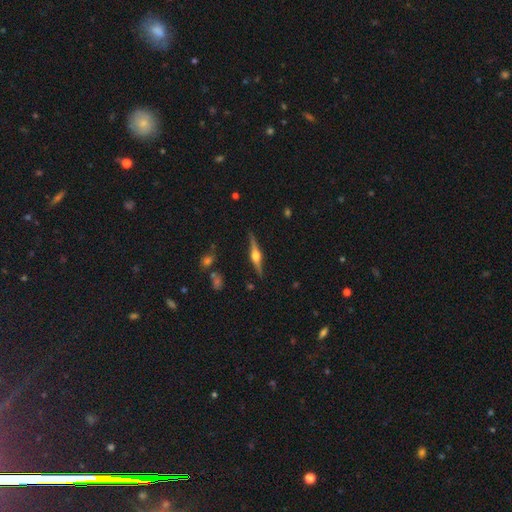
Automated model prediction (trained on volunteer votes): Smooth or featured?
  - featured or disk: 80% *
  - smooth: 15%
  - star or artifact: 6%
Edge-on disk?
  - yes: 98% *
  - no: 2%
Edge-on bulge?
  - rounded: 94% *
  - boxy: 5%
  - none: 1%
Merging?
  - none: 88% *
  - minor disturbance: 9%
  - major disturbance: 2%
  - merger: 2%